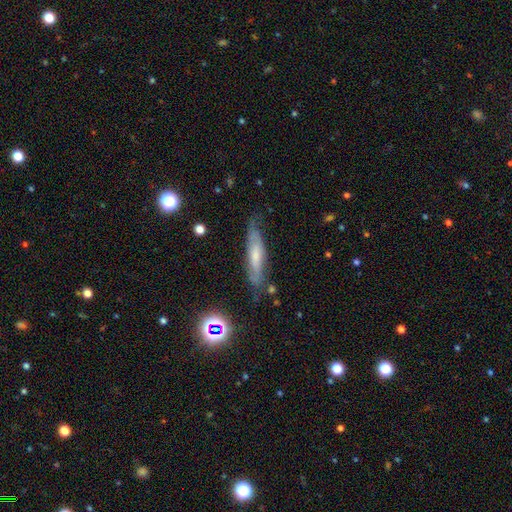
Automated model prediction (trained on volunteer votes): Q: Smooth or featured?
A: featured or disk (50%); runner-up: smooth (39%)
Q: Edge-on disk?
A: yes (58%); runner-up: no (42%)
Q: Merging?
A: none (71%); runner-up: minor disturbance (21%)